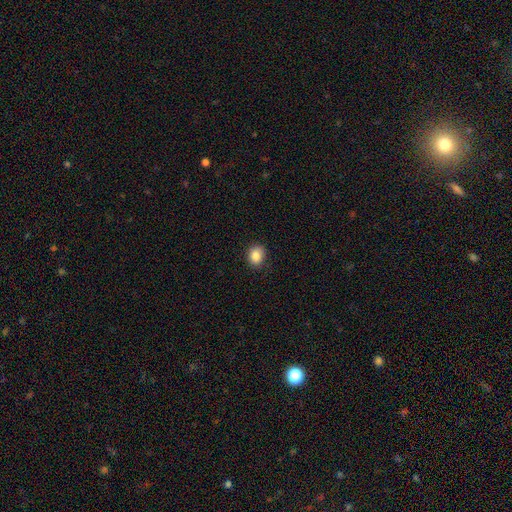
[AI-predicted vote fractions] smooth 86%, star or artifact 10%, featured or disk 5%. Down the decision tree: how rounded — round (62%); merging — none (86%).